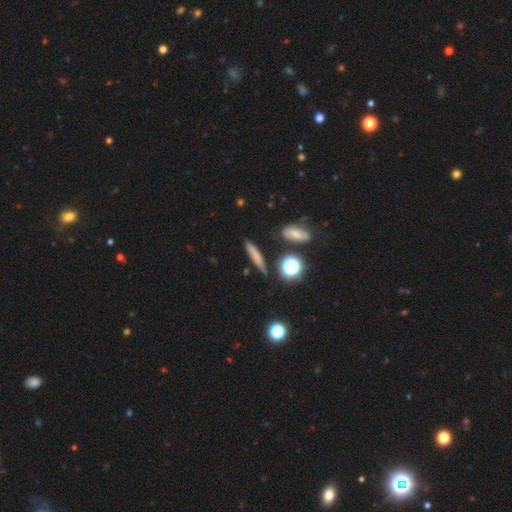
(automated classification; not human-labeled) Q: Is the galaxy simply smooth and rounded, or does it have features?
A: smooth — 68%.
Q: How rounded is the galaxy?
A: cigar-shaped — 82%.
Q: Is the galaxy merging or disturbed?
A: none — 83%.